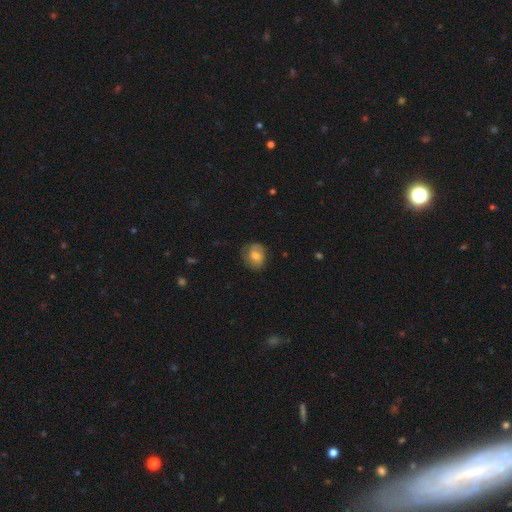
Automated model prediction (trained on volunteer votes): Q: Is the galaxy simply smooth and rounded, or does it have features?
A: smooth — 64%.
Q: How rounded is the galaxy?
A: round — 67%.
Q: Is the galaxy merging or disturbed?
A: none — 72%.